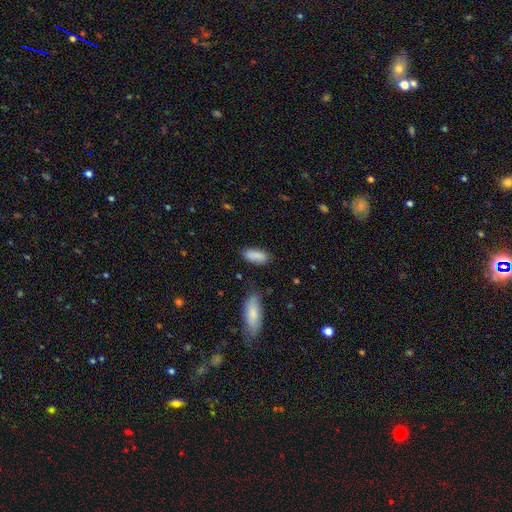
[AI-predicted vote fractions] The model was most divided on "merging": none: 78%, minor disturbance: 15%, merger: 4%, major disturbance: 3%. More confident: smooth or featured — smooth (88%); how rounded — in between (87%).